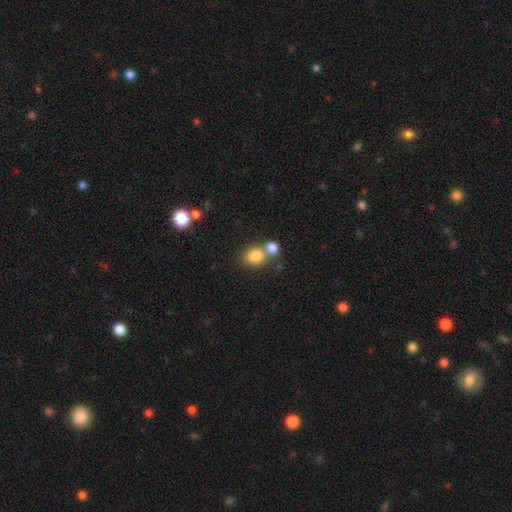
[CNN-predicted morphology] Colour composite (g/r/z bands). It shows a smooth galaxy with no disk features (82%) that is round (65%). Merging: none (47%).